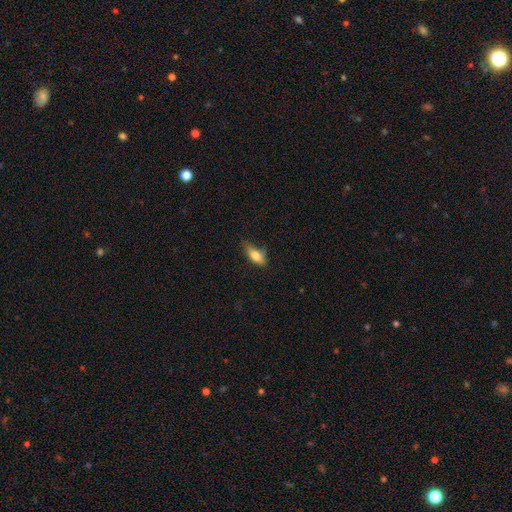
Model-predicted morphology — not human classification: A smooth galaxy with no disk features (75%) that is in between round and cigar-shaped (79%).

Vote fractions:
- Smooth or featured? smooth: 75% / featured or disk: 18% / star or artifact: 8%
- How rounded? in between: 79% / cigar-shaped: 18% / round: 4%
- Merging? none: 55% / minor disturbance: 32% / major disturbance: 10% / merger: 3%